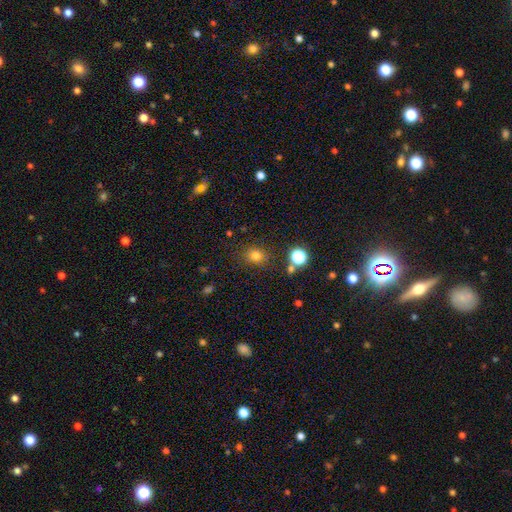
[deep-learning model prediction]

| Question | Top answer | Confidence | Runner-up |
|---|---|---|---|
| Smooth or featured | smooth | 77% | star or artifact (17%) |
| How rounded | round | 70% | in between (29%) |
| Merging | none | 82% | minor disturbance (11%) |